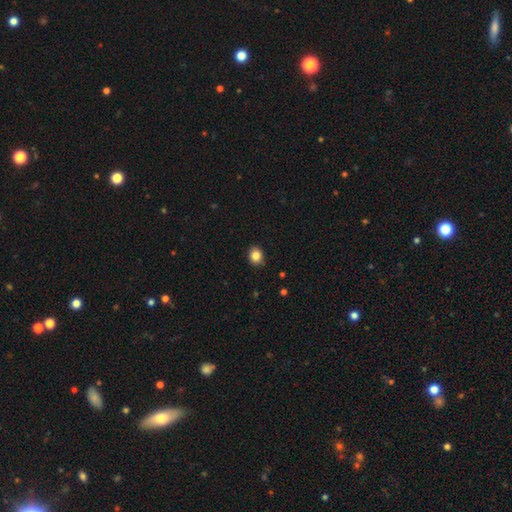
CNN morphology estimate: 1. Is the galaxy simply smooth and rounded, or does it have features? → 84% smooth, 10% star or artifact, 6% featured or disk.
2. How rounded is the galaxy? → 64% round, 35% in between, 1% cigar-shaped.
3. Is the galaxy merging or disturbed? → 89% none, 8% minor disturbance, 2% major disturbance, 1% merger.